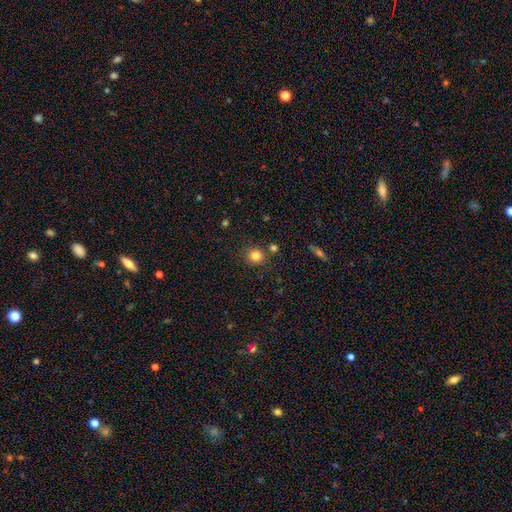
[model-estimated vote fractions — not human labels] The model was most divided on "smooth or featured": smooth: 82%, star or artifact: 12%, featured or disk: 6%. More confident: how rounded — round (87%); merging — none (82%).